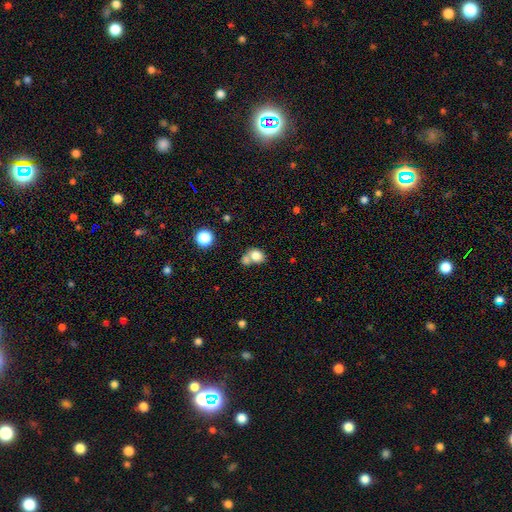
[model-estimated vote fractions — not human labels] Smooth or featured? smooth (79%)
How rounded? round (53%)
Merging? merger (47%)